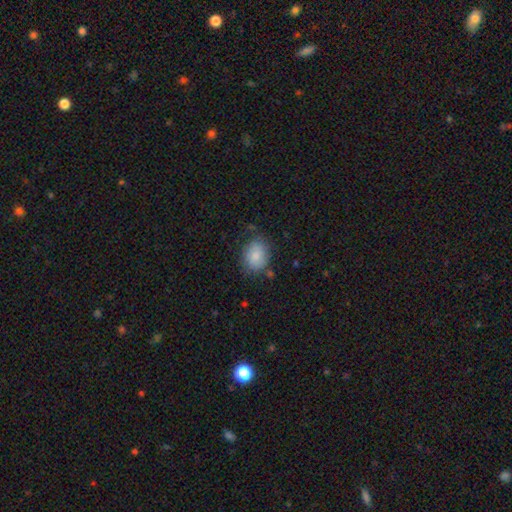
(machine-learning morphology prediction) A smooth galaxy with no disk features (83%) that is in between round and cigar-shaped (56%). Merging: none (70%).